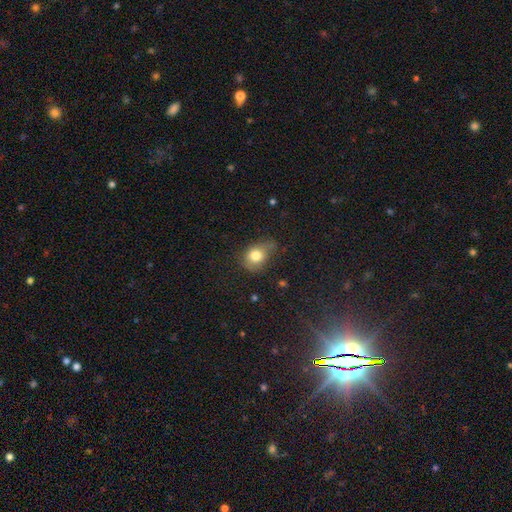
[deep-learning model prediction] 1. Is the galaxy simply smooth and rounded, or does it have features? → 77% smooth, 13% featured or disk, 11% star or artifact.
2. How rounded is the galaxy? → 50% round, 49% in between, 1% cigar-shaped.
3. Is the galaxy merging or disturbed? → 41% none, 39% minor disturbance, 18% major disturbance, 3% merger.